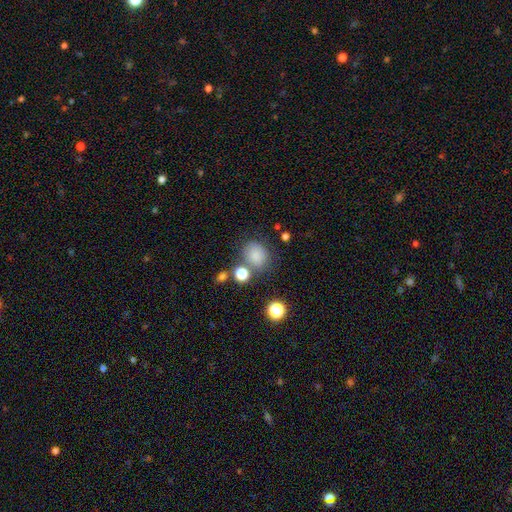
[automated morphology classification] Q: Smooth or featured?
A: smooth (80%); runner-up: star or artifact (13%)
Q: How rounded?
A: round (65%); runner-up: in between (34%)
Q: Merging?
A: none (67%); runner-up: minor disturbance (16%)